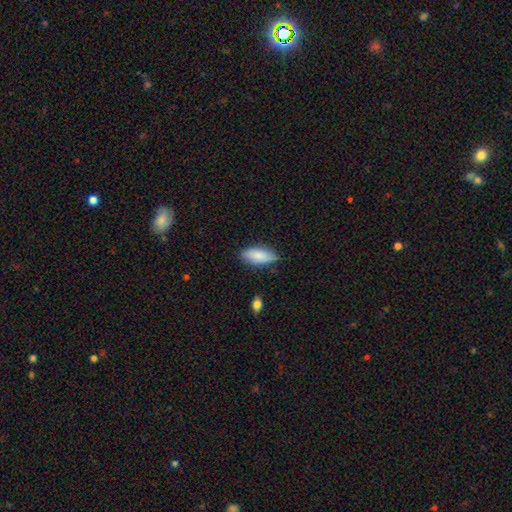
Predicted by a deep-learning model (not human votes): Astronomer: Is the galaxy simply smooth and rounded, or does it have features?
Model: smooth — 86%.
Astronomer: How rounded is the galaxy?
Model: in between — 84%.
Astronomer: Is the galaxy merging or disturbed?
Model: none — 83%.